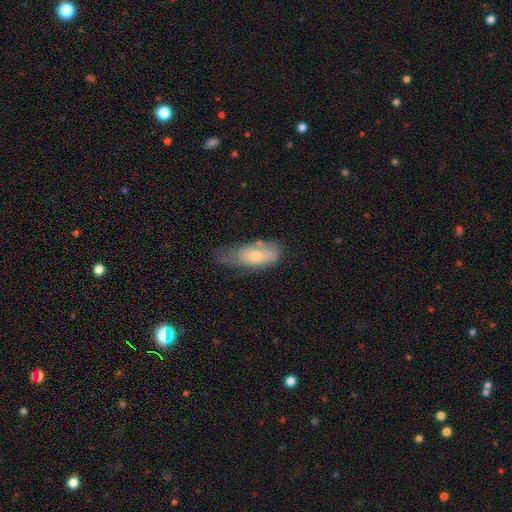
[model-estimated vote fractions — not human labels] smooth 54%, featured or disk 39%, star or artifact 7%. Down the decision tree: how rounded — in between (82%); merging — minor disturbance (40%).